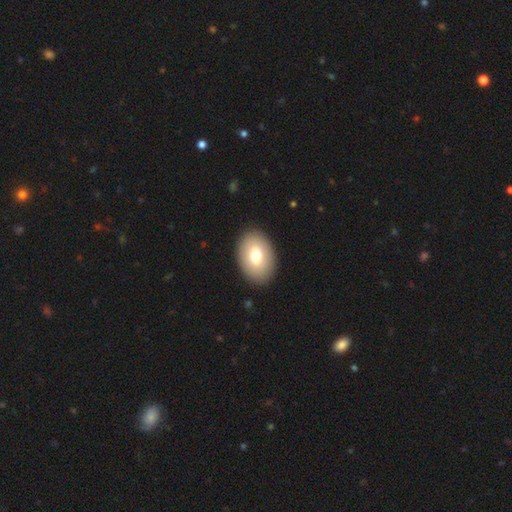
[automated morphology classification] A smooth galaxy with no disk features (74%) that is in between round and cigar-shaped (83%).

Vote fractions:
- Smooth or featured? smooth: 74% / featured or disk: 19% / star or artifact: 7%
- How rounded? in between: 83% / round: 16% / cigar-shaped: 1%
- Merging? none: 90% / minor disturbance: 7% / major disturbance: 2% / merger: 1%